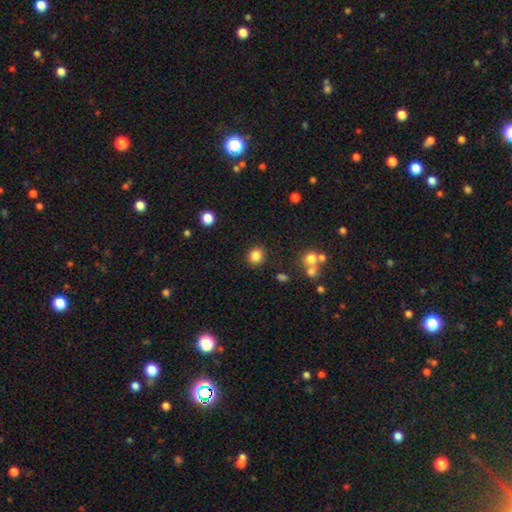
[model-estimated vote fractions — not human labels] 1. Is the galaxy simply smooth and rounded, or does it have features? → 84% smooth, 11% star or artifact, 5% featured or disk.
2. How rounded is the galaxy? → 76% round, 23% in between, 1% cigar-shaped.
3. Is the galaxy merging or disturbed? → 87% none, 8% minor disturbance, 3% merger, 3% major disturbance.